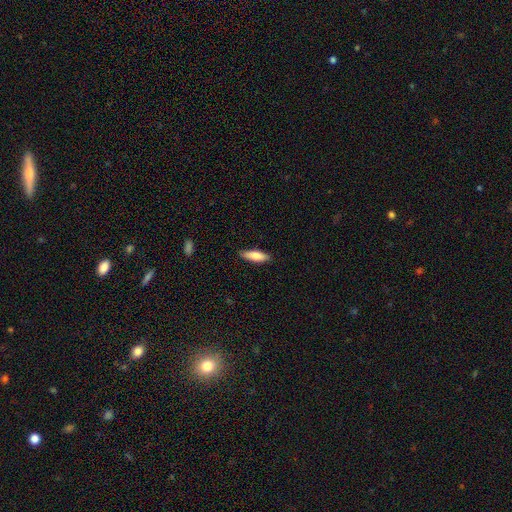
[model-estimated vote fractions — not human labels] Q: Smooth or featured?
A: smooth (80%); runner-up: featured or disk (15%)
Q: How rounded?
A: cigar-shaped (53%); runner-up: in between (45%)
Q: Merging?
A: none (88%); runner-up: minor disturbance (10%)